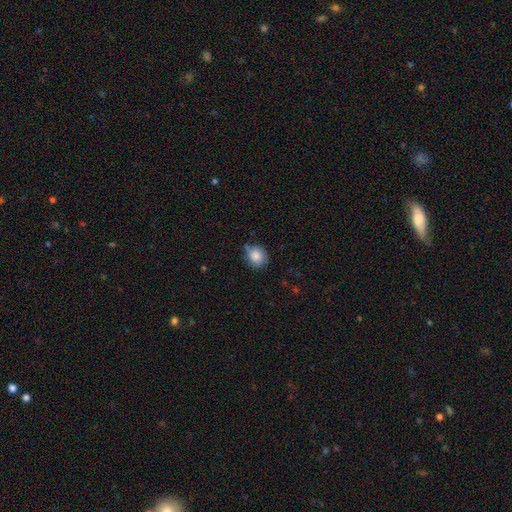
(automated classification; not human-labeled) A smooth galaxy with no disk features (85%) that is round (72%). Merging: none (66%).